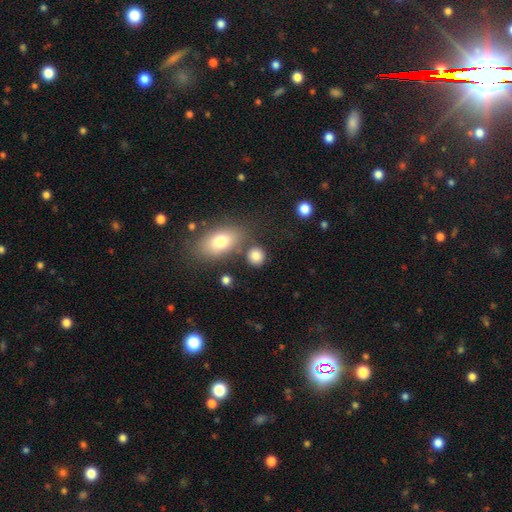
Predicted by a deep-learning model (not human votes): Smooth or featured? smooth (84%)
How rounded? round (76%)
Merging? none (72%)